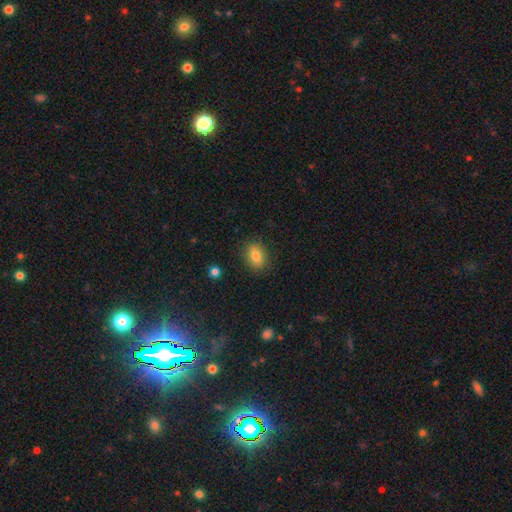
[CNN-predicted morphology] A smooth galaxy with no disk features (81%) that is in between round and cigar-shaped (78%).

Vote fractions:
- Smooth or featured? smooth: 81% / featured or disk: 10% / star or artifact: 9%
- How rounded? in between: 78% / round: 20% / cigar-shaped: 3%
- Merging? none: 85% / minor disturbance: 11% / major disturbance: 3% / merger: 1%